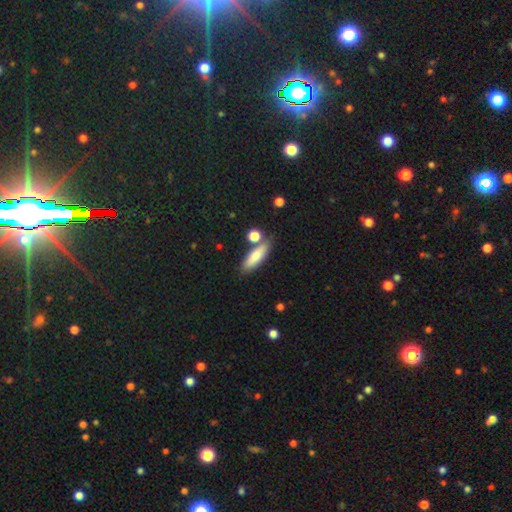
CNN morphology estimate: Overall: smooth (79%). How rounded: cigar-shaped (53%; in between 44%). Merging: none (74%).